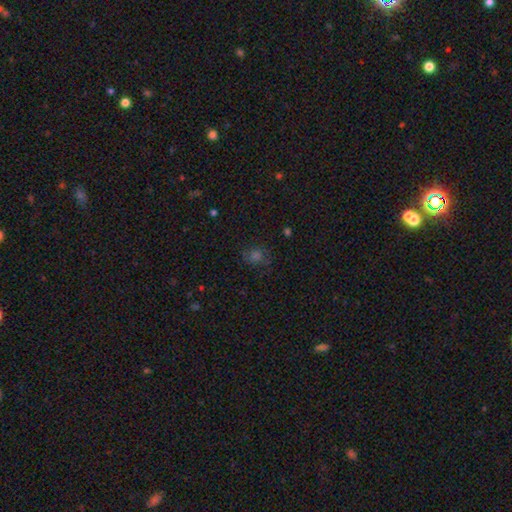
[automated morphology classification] Q: Smooth or featured?
A: smooth (48%); runner-up: star or artifact (35%)
Q: Merging?
A: none (73%); runner-up: minor disturbance (16%)